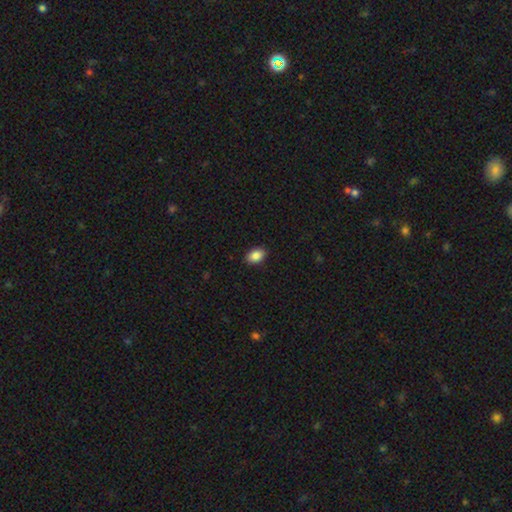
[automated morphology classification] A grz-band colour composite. It shows a smooth galaxy with no disk features (88%) that is in between round and cigar-shaped (85%). Merging: none (90%).